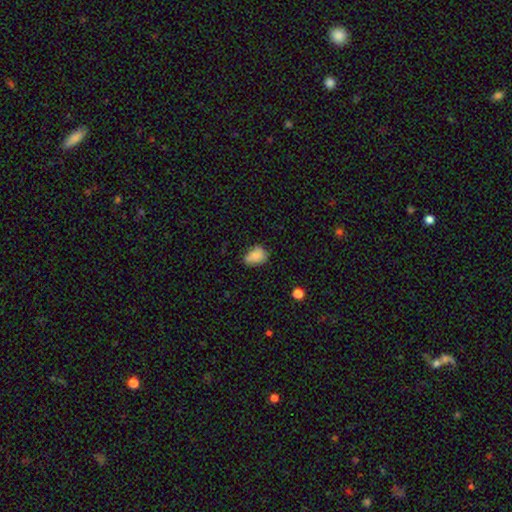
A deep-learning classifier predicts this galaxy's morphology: Q: Smooth or featured?
A: smooth (81%); runner-up: featured or disk (10%)
Q: How rounded?
A: in between (78%); runner-up: round (21%)
Q: Merging?
A: none (59%); runner-up: minor disturbance (32%)